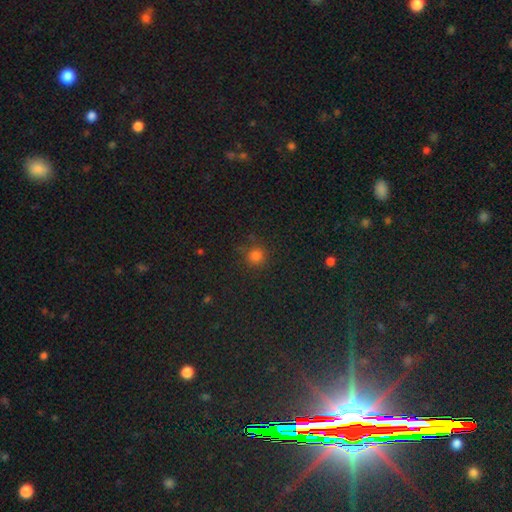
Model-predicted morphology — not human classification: Smooth or featured? Predicted: smooth (p=0.78). How rounded? Predicted: round (p=0.92). Merging? Predicted: none (p=0.83).